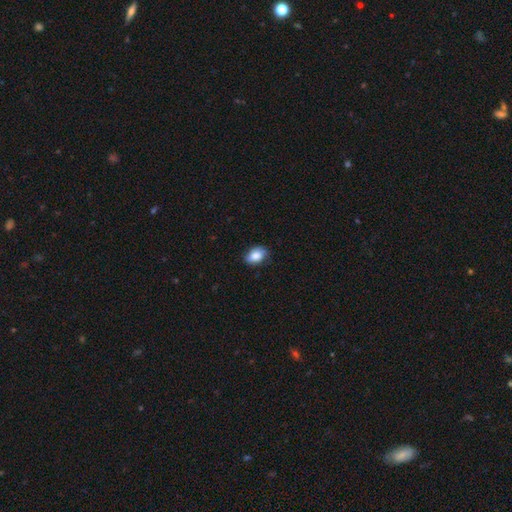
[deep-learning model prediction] Smooth or featured? smooth (82%)
How rounded? in between (83%)
Merging? none (76%)